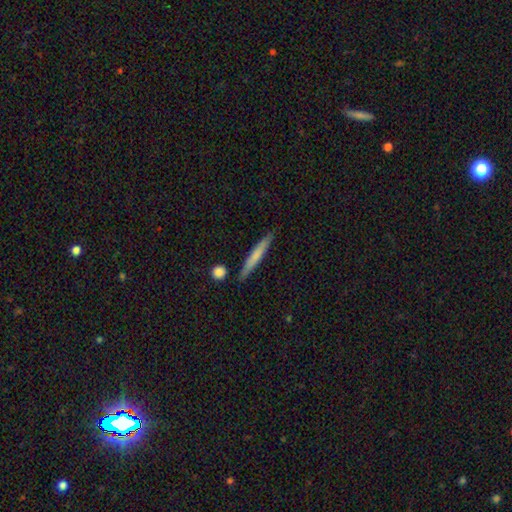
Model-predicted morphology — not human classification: A smooth galaxy with no disk features (64%) that is cigar-shaped (95%).

Vote fractions:
- Smooth or featured? smooth: 64% / featured or disk: 30% / star or artifact: 6%
- How rounded? cigar-shaped: 95% / in between: 4% / round: 1%
- Merging? none: 86% / minor disturbance: 9% / merger: 3% / major disturbance: 2%